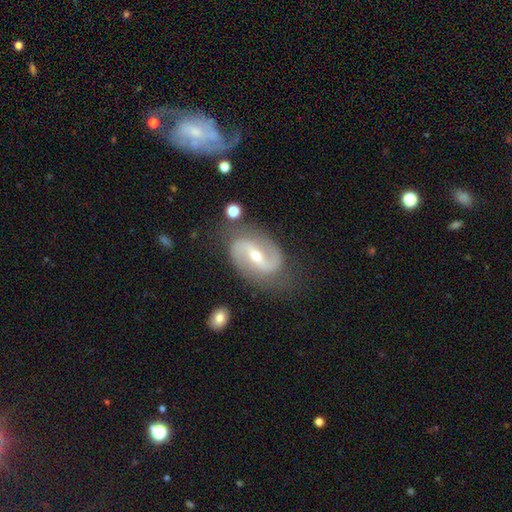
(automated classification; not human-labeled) This appears to be a featured or disk galaxy (88%) with a strong bar (40%), 2 (93%) loose (44%) spiral arms (96%) and a moderate central bulge (52%). Merging: none (79%).